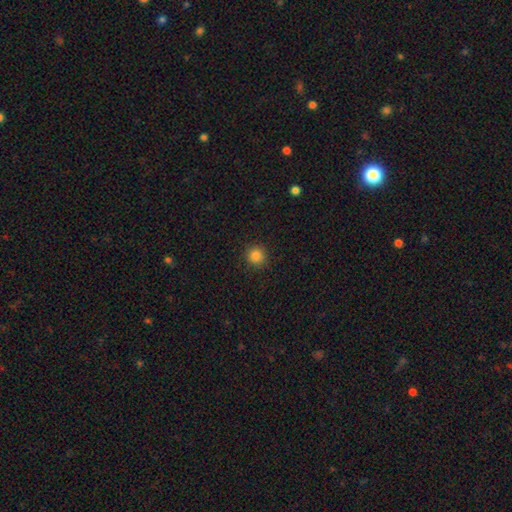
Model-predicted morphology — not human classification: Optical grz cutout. It shows a smooth galaxy with no disk features (84%) that is round (94%). Merging: none (92%).